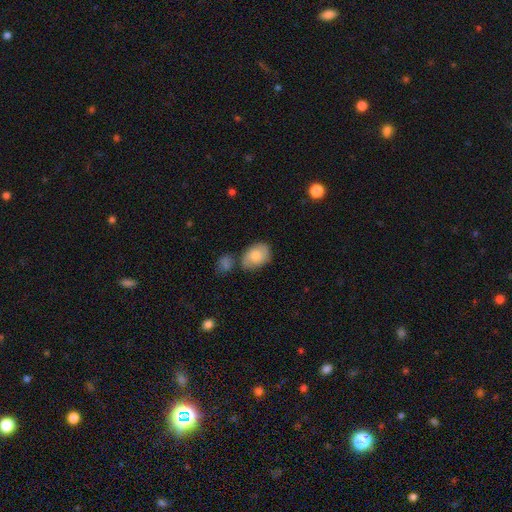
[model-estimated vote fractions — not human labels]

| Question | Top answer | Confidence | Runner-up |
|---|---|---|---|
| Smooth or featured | smooth | 74% | featured or disk (19%) |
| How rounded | in between | 80% | round (19%) |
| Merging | none | 57% | minor disturbance (22%) |